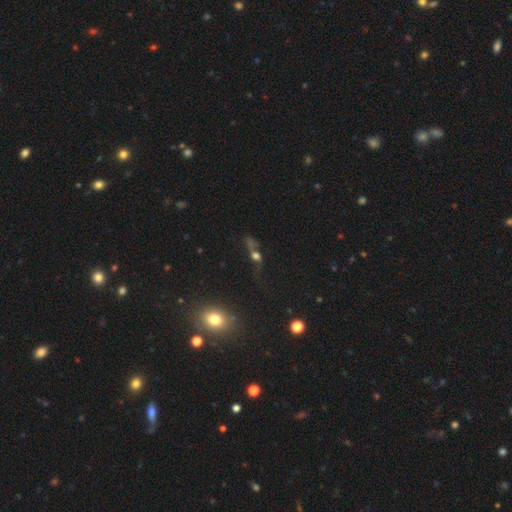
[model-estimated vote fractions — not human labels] This is marginally a smooth galaxy (41%). Merging: marginally none (35%).